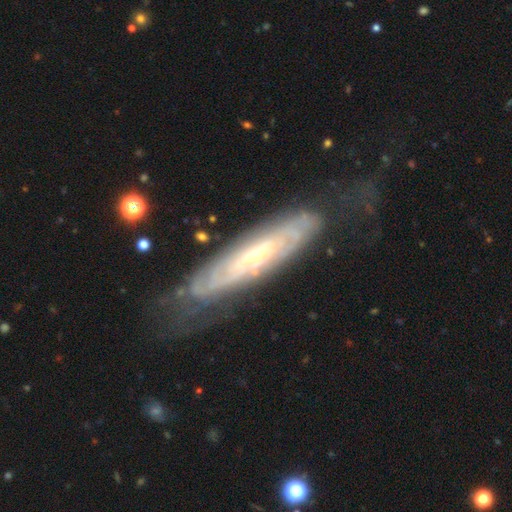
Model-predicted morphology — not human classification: This appears to be a featured or disk galaxy (82%) with no bar (66%), tight (75%) spiral arms (84%) and a small central bulge (67%). Merging: none (69%).